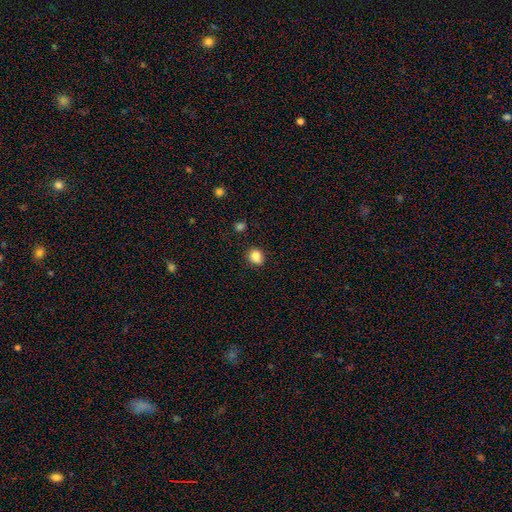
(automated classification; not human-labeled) This appears to be a smooth galaxy with no disk features (85%) that is round (74%). Merging: none (84%).